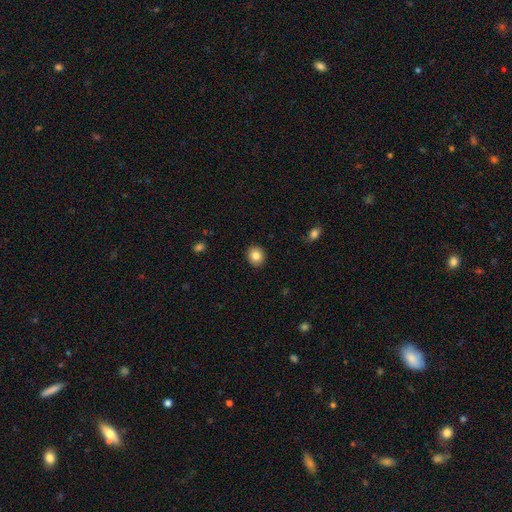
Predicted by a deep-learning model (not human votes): Smooth or featured: smooth — 84% (star or artifact — 9%)
How rounded: round — 82% (in between — 17%)
Merging: none — 92% (minor disturbance — 6%)